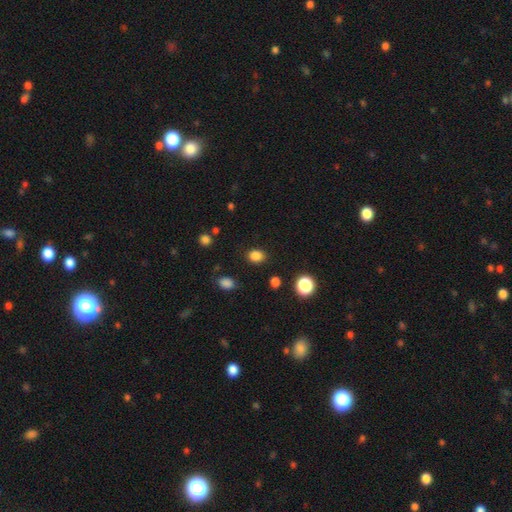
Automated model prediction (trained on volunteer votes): Smooth or featured?
  - smooth: 84% *
  - star or artifact: 12%
  - featured or disk: 4%
How rounded?
  - in between: 50% *
  - round: 49%
  - cigar-shaped: 1%
Merging?
  - none: 86% *
  - minor disturbance: 9%
  - major disturbance: 3%
  - merger: 2%